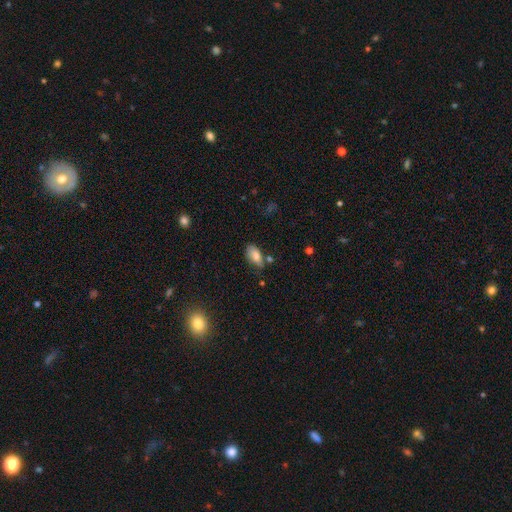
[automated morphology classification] smooth 80%, featured or disk 12%, star or artifact 9%. Down the decision tree: how rounded — in between (92%); merging — none (58%).